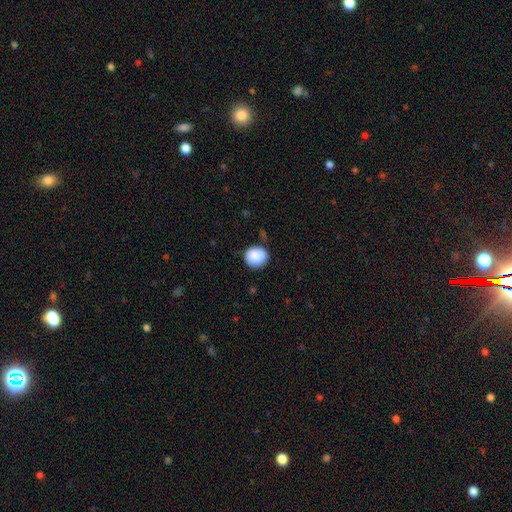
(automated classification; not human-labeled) Q: Smooth or featured?
A: smooth (88%); runner-up: star or artifact (7%)
Q: How rounded?
A: round (83%); runner-up: in between (16%)
Q: Merging?
A: none (77%); runner-up: minor disturbance (17%)